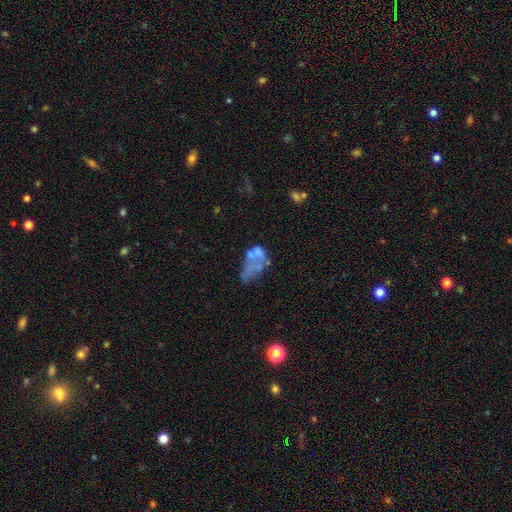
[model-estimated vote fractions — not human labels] A featured or disk galaxy (47%).

Vote fractions:
- Smooth or featured? featured or disk: 47% / smooth: 39% / star or artifact: 14%
- Merging? major disturbance: 33% / merger: 27% / none: 23% / minor disturbance: 18%